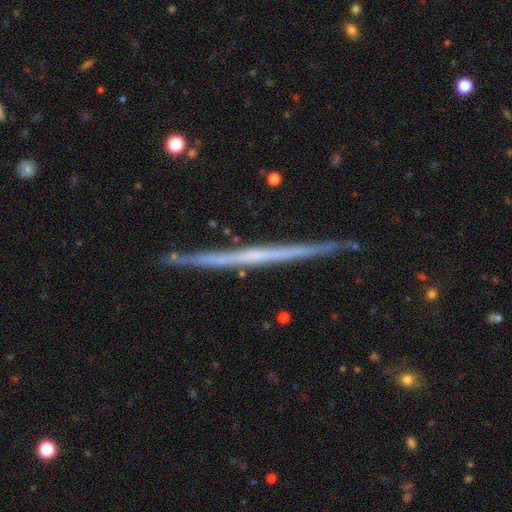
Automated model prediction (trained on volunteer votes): Smooth or featured? Predicted: featured or disk (p=0.73). Edge-on disk? Predicted: yes (p=0.98). Edge-on bulge? Predicted: none (p=0.85). Merging? Predicted: none (p=0.89).